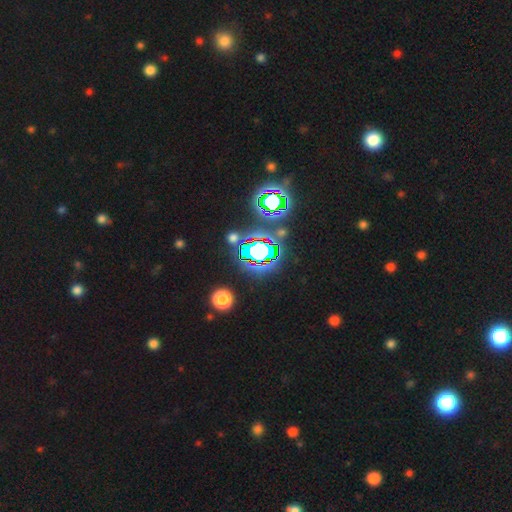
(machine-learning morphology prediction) Overall: star or artifact (78%).